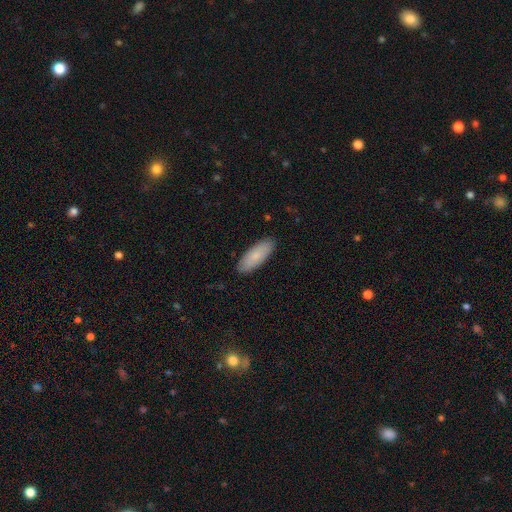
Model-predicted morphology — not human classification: A smooth galaxy with no disk features (83%) that is in between round and cigar-shaped (72%).

Vote fractions:
- Smooth or featured? smooth: 83% / featured or disk: 11% / star or artifact: 6%
- How rounded? in between: 72% / cigar-shaped: 26% / round: 2%
- Merging? none: 89% / minor disturbance: 9% / major disturbance: 2% / merger: 1%